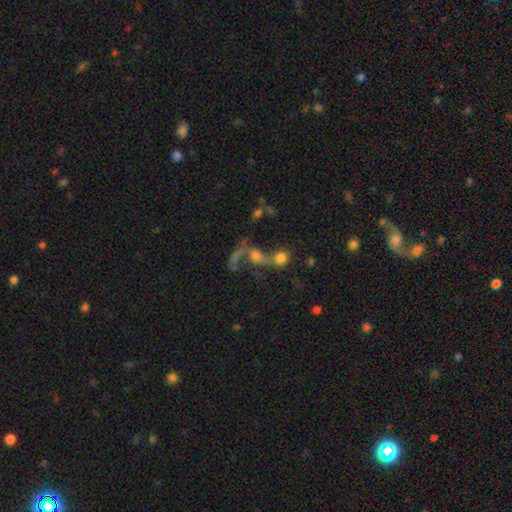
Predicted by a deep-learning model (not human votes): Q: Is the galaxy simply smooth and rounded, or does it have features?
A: featured or disk — 46%.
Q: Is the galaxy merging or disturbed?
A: merger — 65%.